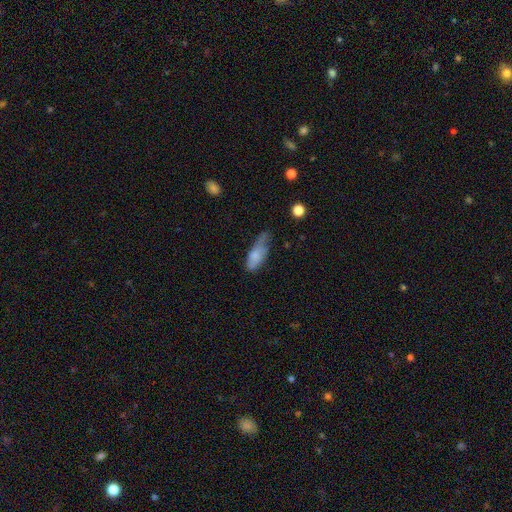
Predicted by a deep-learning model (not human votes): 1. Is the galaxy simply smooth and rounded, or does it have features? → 74% smooth, 18% featured or disk, 8% star or artifact.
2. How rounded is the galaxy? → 76% in between, 22% cigar-shaped, 3% round.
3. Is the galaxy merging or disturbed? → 42% minor disturbance, 32% none, 23% major disturbance, 4% merger.